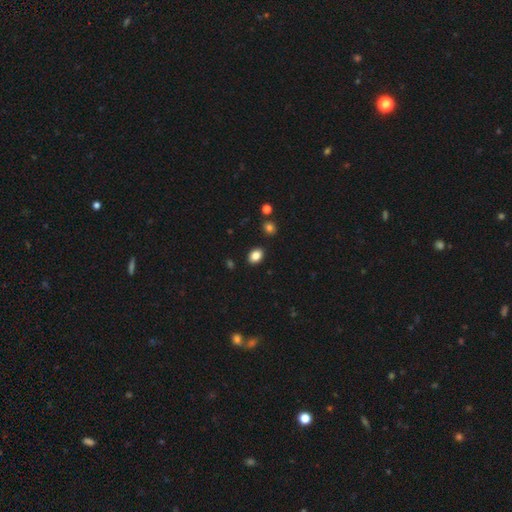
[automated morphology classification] Q: Smooth or featured?
A: smooth (85%); runner-up: star or artifact (10%)
Q: How rounded?
A: in between (71%); runner-up: round (27%)
Q: Merging?
A: none (88%); runner-up: minor disturbance (8%)